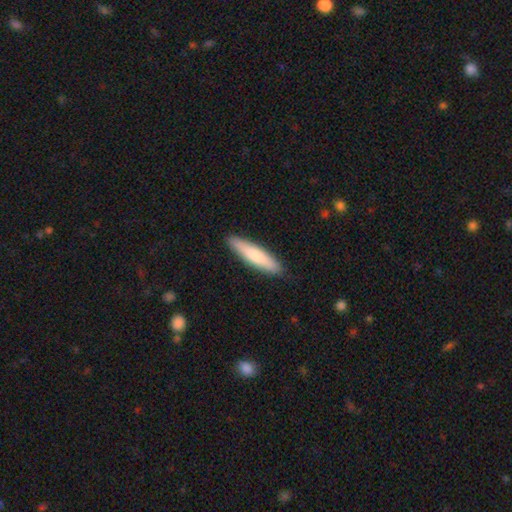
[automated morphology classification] The model was most divided on "smooth or featured": smooth: 75%, featured or disk: 20%, star or artifact: 5%. More confident: merging — none (89%); how rounded — cigar-shaped (82%).